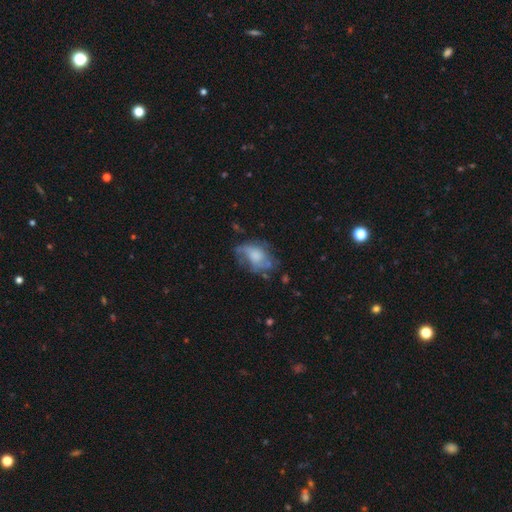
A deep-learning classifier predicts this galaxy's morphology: This appears to be a featured or disk galaxy (51%). Merging: none (44%).